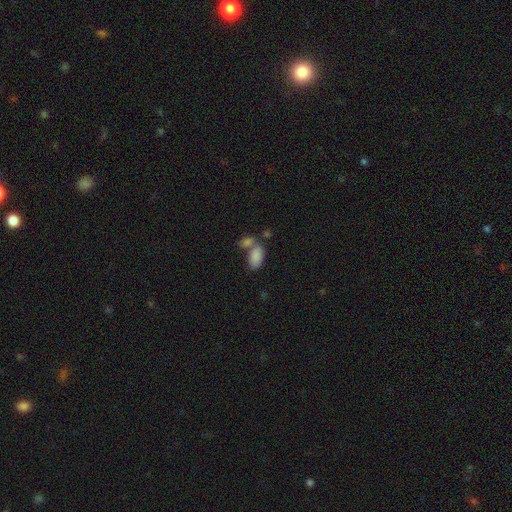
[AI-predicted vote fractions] This is clearly a smooth galaxy (85%). How rounded: clearly in between (94%). Merging: possibly merger (46%).